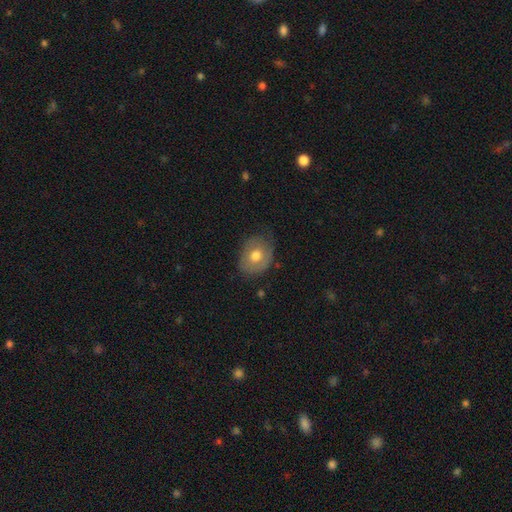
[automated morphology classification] smooth-or-featured: smooth: 61% | featured or disk: 31% | star or artifact: 8%
  how-rounded: in between: 56% | round: 43% | cigar-shaped: 1%
  merging: none: 69% | minor disturbance: 24% | major disturbance: 6% | merger: 1%